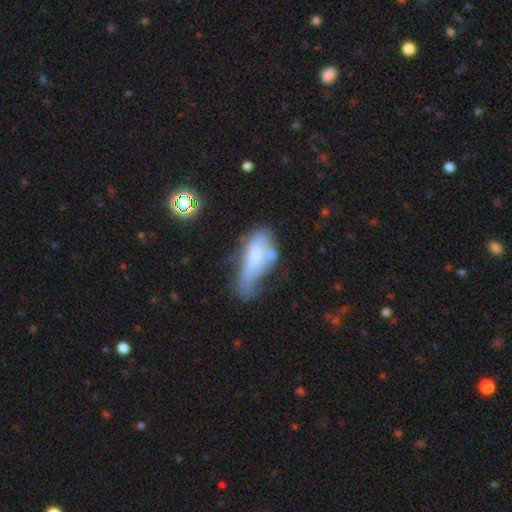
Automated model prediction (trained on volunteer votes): Smooth or featured: smooth — 55% (featured or disk — 34%)
How rounded: in between — 74% (cigar-shaped — 23%)
Merging: major disturbance — 33% (minor disturbance — 31%)